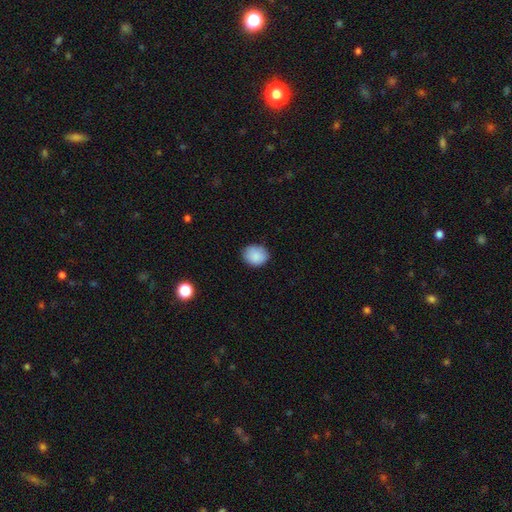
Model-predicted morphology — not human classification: type=smooth (89%); roundness=round (63%); merging=none (85%).